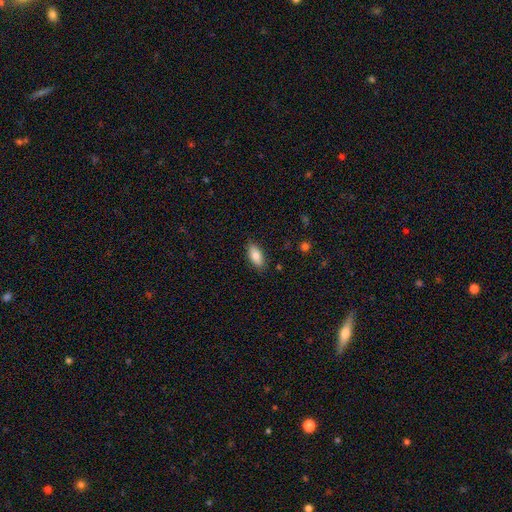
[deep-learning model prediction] Q: Smooth or featured?
A: smooth (83%); runner-up: featured or disk (11%)
Q: How rounded?
A: in between (88%); runner-up: cigar-shaped (10%)
Q: Merging?
A: none (85%); runner-up: minor disturbance (11%)